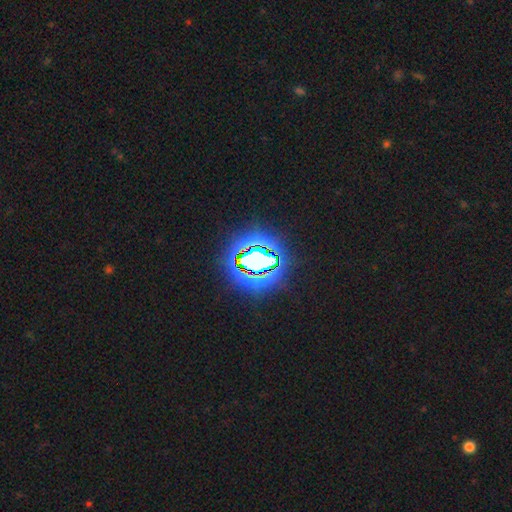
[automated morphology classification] Smooth or featured?
  - star or artifact: 74% *
  - smooth: 15%
  - featured or disk: 11%